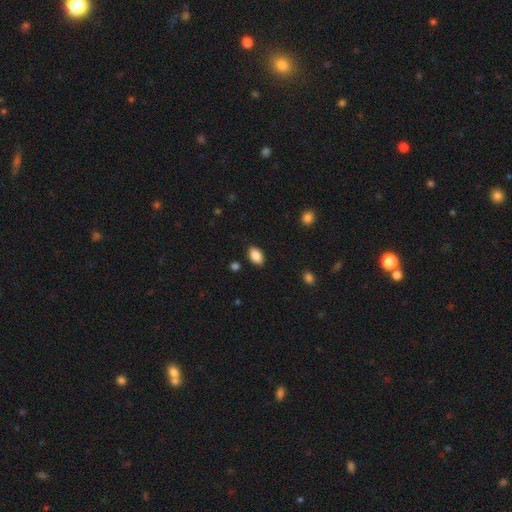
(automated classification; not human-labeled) A smooth galaxy with no disk features (86%) that is in between round and cigar-shaped (91%).

Vote fractions:
- Smooth or featured? smooth: 86% / star or artifact: 8% / featured or disk: 6%
- How rounded? in between: 91% / round: 8% / cigar-shaped: 2%
- Merging? none: 86% / minor disturbance: 10% / major disturbance: 2% / merger: 1%